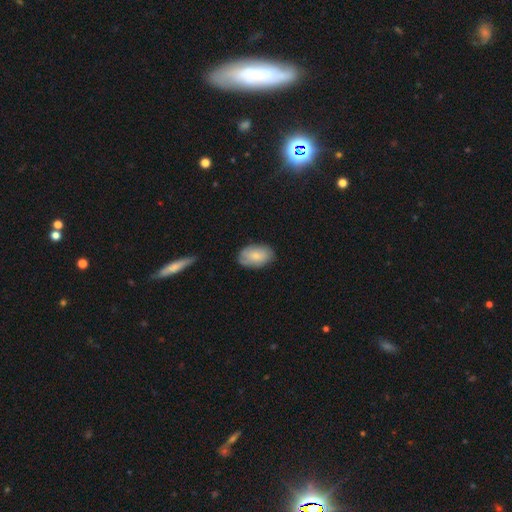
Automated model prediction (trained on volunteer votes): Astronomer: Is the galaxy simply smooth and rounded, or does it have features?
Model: smooth — 73%.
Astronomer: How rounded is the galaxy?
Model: in between — 91%.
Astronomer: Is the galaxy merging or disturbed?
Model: none — 77%.